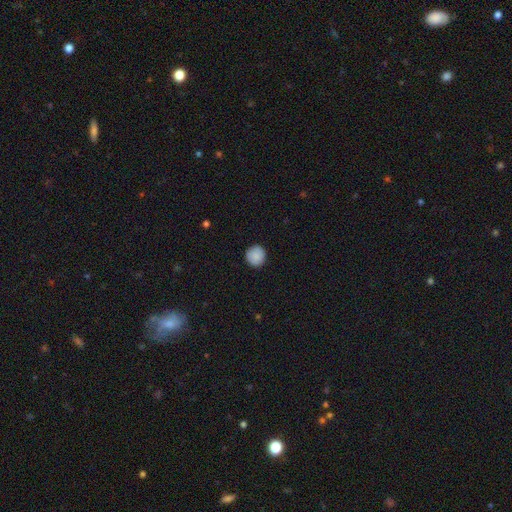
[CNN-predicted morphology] smooth 89%, star or artifact 8%, featured or disk 4%. Down the decision tree: how rounded — round (94%); merging — none (91%).